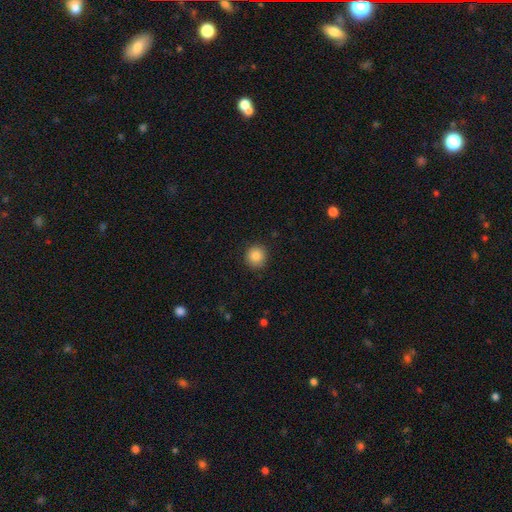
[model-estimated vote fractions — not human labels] Q: Smooth or featured?
A: smooth (87%); runner-up: star or artifact (9%)
Q: How rounded?
A: round (91%); runner-up: in between (8%)
Q: Merging?
A: none (90%); runner-up: minor disturbance (7%)